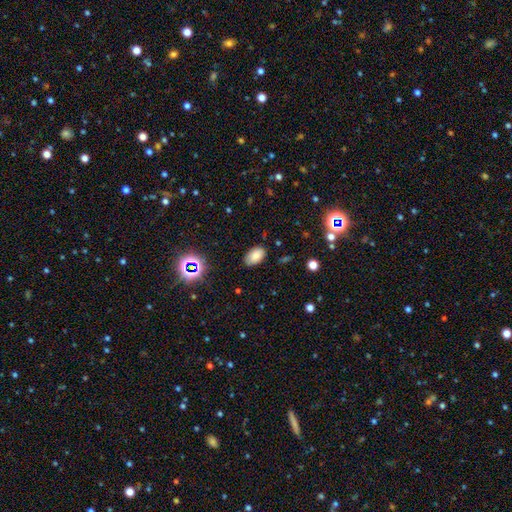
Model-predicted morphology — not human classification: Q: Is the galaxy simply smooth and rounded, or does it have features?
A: smooth — 77%.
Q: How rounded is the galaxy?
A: in between — 91%.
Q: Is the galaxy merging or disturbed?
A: none — 81%.